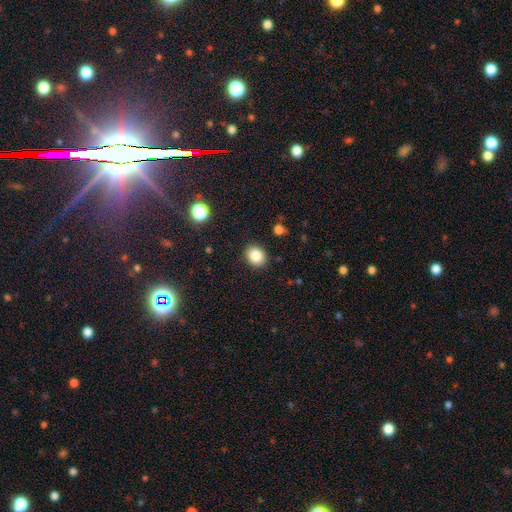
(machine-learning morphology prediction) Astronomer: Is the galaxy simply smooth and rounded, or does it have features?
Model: smooth — 85%.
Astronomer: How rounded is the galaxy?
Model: round — 61% (runner-up: in between, 38%).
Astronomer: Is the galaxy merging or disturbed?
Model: none — 89%.